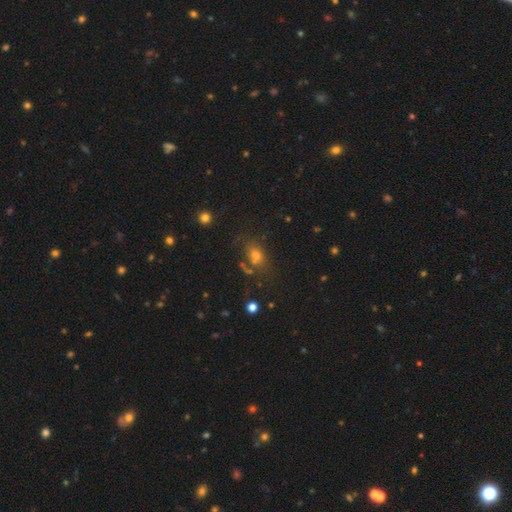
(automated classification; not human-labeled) Smooth or featured?
  - smooth: 58% *
  - star or artifact: 25%
  - featured or disk: 17%
How rounded?
  - in between: 61% *
  - round: 37%
  - cigar-shaped: 3%
Merging?
  - none: 58% *
  - minor disturbance: 18%
  - major disturbance: 12%
  - merger: 11%